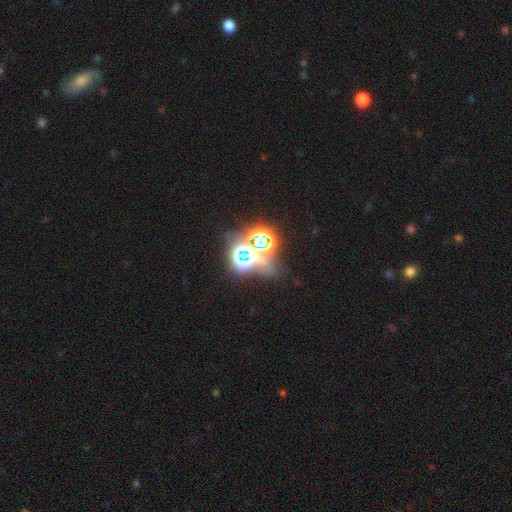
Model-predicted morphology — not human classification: Smooth or featured? Predicted: star or artifact (p=0.73).